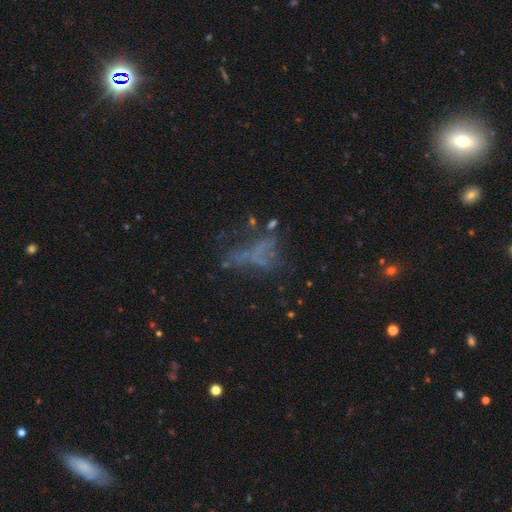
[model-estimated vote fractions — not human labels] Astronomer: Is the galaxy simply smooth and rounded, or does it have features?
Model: featured or disk — 44% (runner-up: star or artifact, 31%).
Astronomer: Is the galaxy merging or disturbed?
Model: none — 40% (runner-up: major disturbance, 34%).